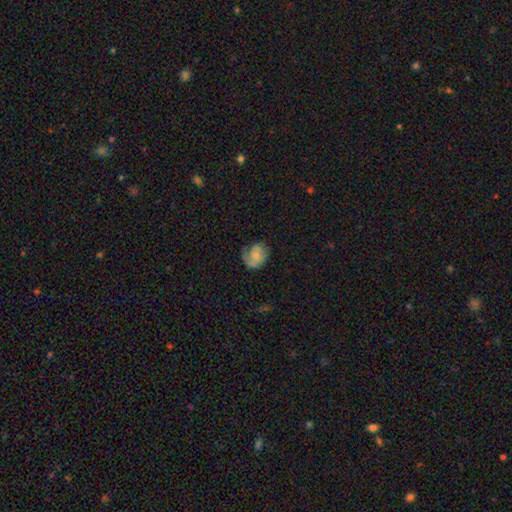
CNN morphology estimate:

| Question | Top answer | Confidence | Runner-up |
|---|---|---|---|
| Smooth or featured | featured or disk | 48% | smooth (44%) |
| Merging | none | 51% | minor disturbance (26%) |